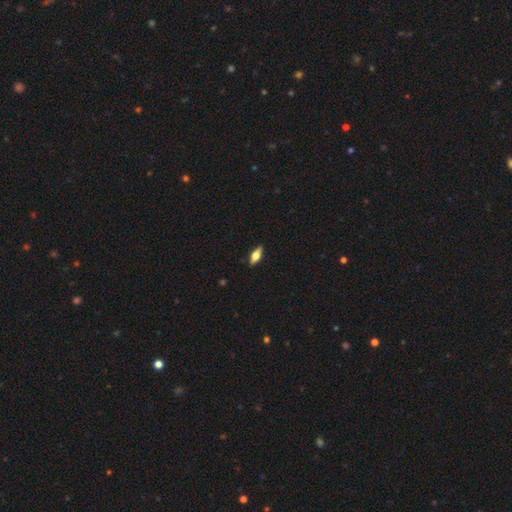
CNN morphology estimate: A smooth galaxy with no disk features (53%) that is in between round and cigar-shaped (70%). Merging: none (89%).